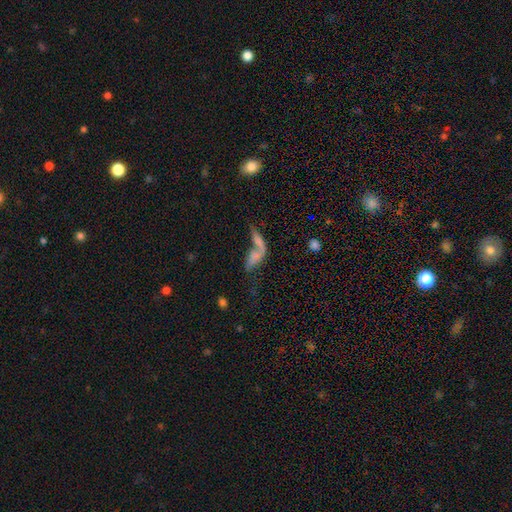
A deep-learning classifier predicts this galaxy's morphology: smooth_or_featured: smooth (p=0.56) [alt: featured or disk p=0.32]
how_rounded: in between (p=0.65) [alt: cigar-shaped p=0.29]
merging: merger (p=0.65) [alt: none p=0.17]